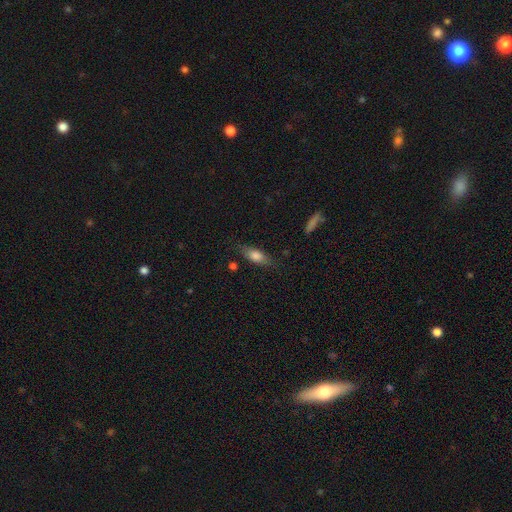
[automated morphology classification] smooth 74%, featured or disk 19%, star or artifact 7%. Down the decision tree: how rounded — in between (71%); merging — none (76%).